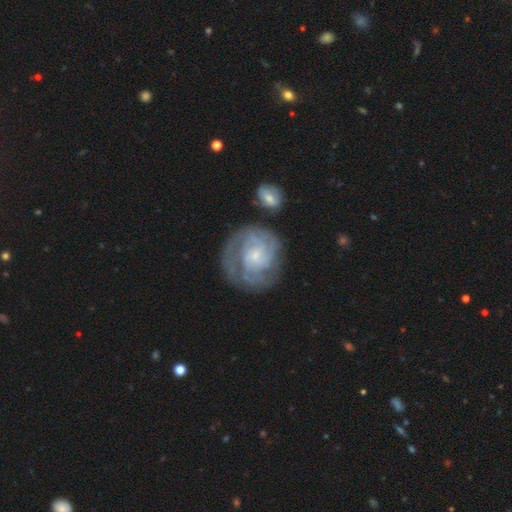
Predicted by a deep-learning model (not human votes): This is clearly a featured or disk galaxy (80%). It is clearly not viewed edge-on (98%). Bar: likely no (66%). Spiral arm pattern: clearly yes (92%). Spiral arm count: marginally can't tell (41%). Spiral winding: likely tight (66%). Central bulge: likely small (73%). Merging: likely none (67%).